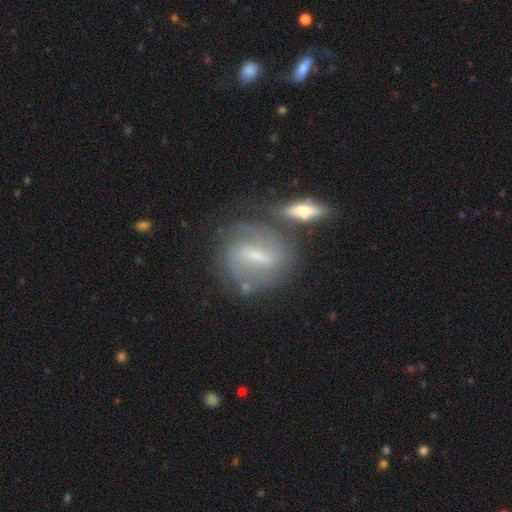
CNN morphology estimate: This appears to be a featured or disk galaxy (67%) with a weak bar (46%), spiral arms (74%) and a small central bulge (49%). Merging: none (57%).